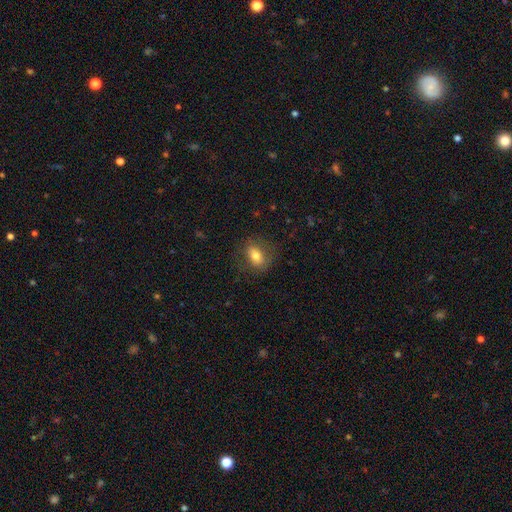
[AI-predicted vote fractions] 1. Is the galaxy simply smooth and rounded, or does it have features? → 73% smooth, 18% featured or disk, 9% star or artifact.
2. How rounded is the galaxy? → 73% in between, 25% round, 3% cigar-shaped.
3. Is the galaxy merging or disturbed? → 77% none, 15% minor disturbance, 7% major disturbance, 1% merger.